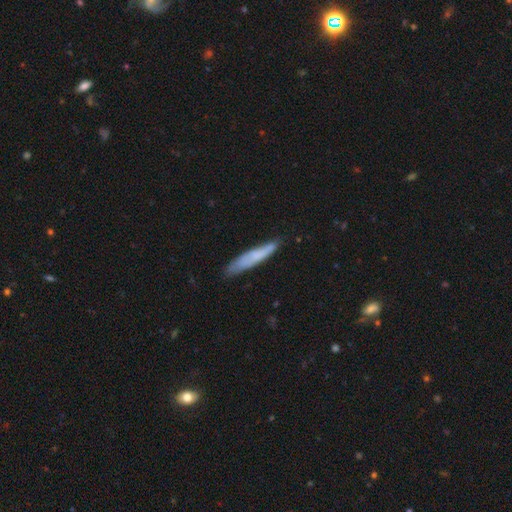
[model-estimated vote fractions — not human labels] This appears to be a smooth galaxy with no disk features (65%) that is cigar-shaped (90%). Merging: none (76%).